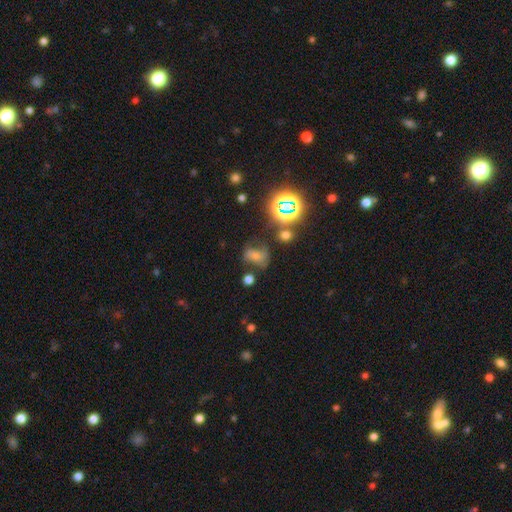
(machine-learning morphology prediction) Overall: smooth (39%; featured or disk 33%). Merging: none (44%; minor disturbance 25%).